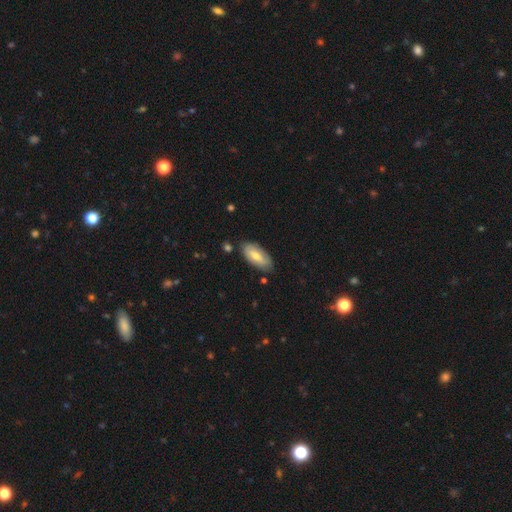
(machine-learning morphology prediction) Overall: smooth (68%). How rounded: in between (88%). Merging: none (80%).